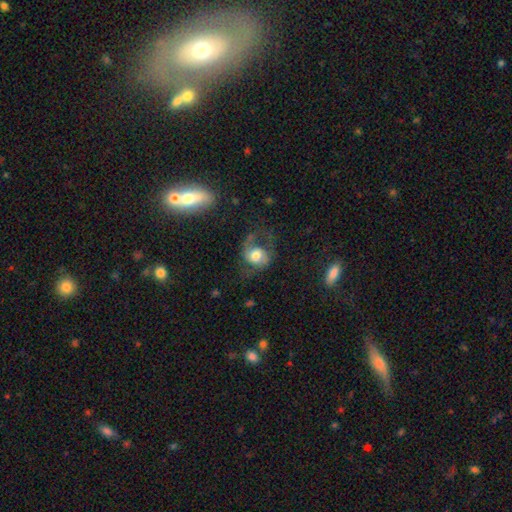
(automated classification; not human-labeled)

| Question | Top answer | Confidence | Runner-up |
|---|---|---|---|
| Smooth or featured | featured or disk | 50% | smooth (42%) |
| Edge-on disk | no | 96% | yes (4%) |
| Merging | none | 40% | major disturbance (35%) |